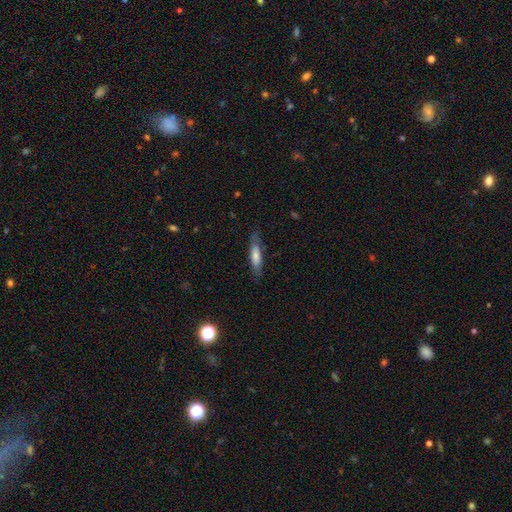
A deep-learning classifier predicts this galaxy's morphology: Smooth or featured?
  - smooth: 67% *
  - featured or disk: 27%
  - star or artifact: 6%
How rounded?
  - cigar-shaped: 70% *
  - in between: 29%
  - round: 2%
Merging?
  - none: 76% *
  - minor disturbance: 18%
  - major disturbance: 5%
  - merger: 2%